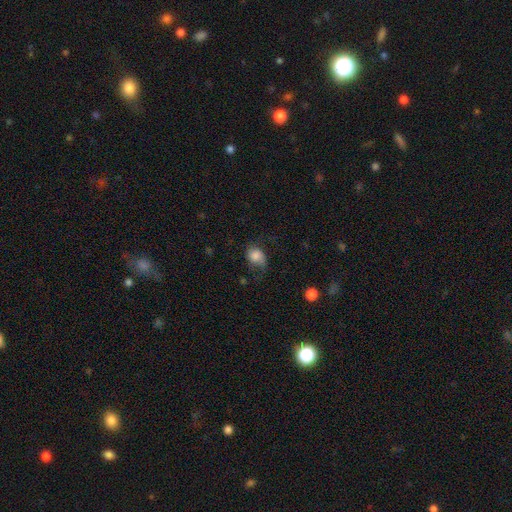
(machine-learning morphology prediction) Overall: smooth (77%). How rounded: round (51%; in between 48%). Merging: none (45%; minor disturbance 32%).